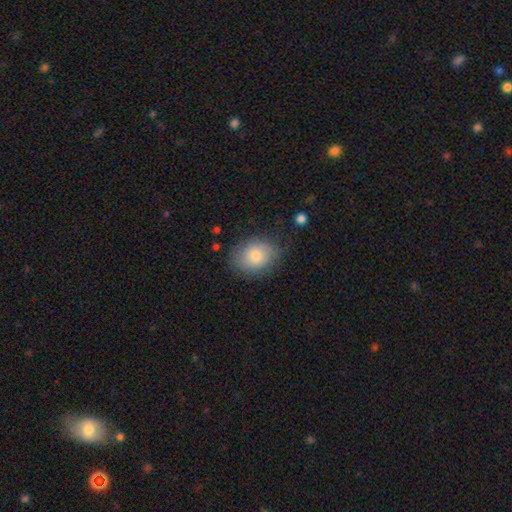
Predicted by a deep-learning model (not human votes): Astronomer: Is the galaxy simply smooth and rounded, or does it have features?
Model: smooth — 77%.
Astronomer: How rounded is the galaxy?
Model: in between — 63%.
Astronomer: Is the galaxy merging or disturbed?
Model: none — 76%.